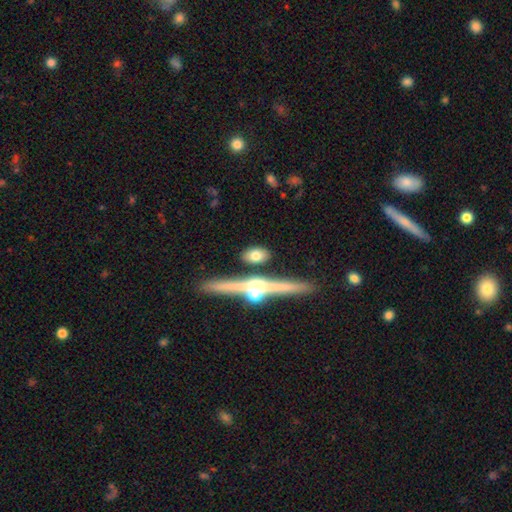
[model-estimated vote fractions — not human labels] Q: Smooth or featured?
A: smooth (69%); runner-up: featured or disk (24%)
Q: How rounded?
A: in between (72%); runner-up: round (15%)
Q: Merging?
A: none (80%); runner-up: minor disturbance (10%)